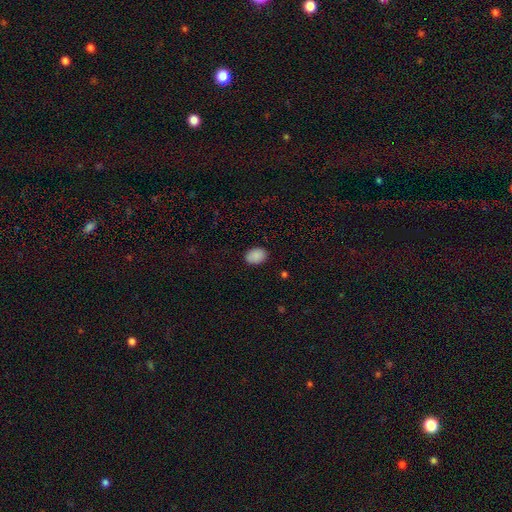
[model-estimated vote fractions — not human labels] This is clearly a smooth galaxy (89%). How rounded: likely in between (78%). Merging: clearly none (88%).